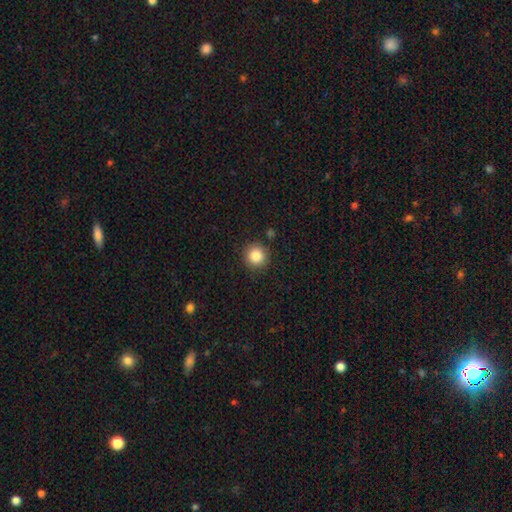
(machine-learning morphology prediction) Q: Smooth or featured?
A: smooth (86%); runner-up: star or artifact (10%)
Q: How rounded?
A: round (94%); runner-up: in between (5%)
Q: Merging?
A: none (89%); runner-up: minor disturbance (7%)